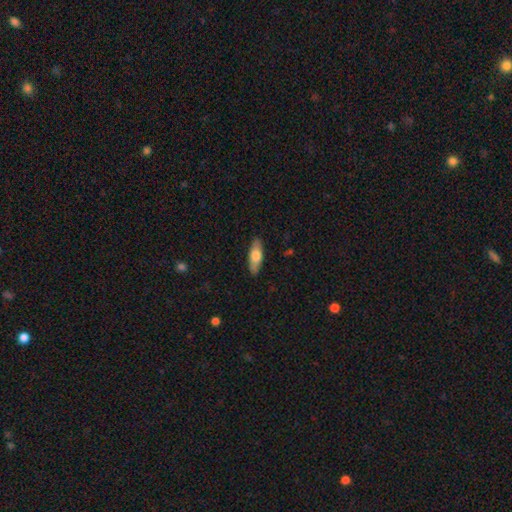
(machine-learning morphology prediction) The model was most divided on "how rounded": in between: 63%, cigar-shaped: 34%, round: 3%. More confident: merging — none (88%); smooth or featured — smooth (65%).